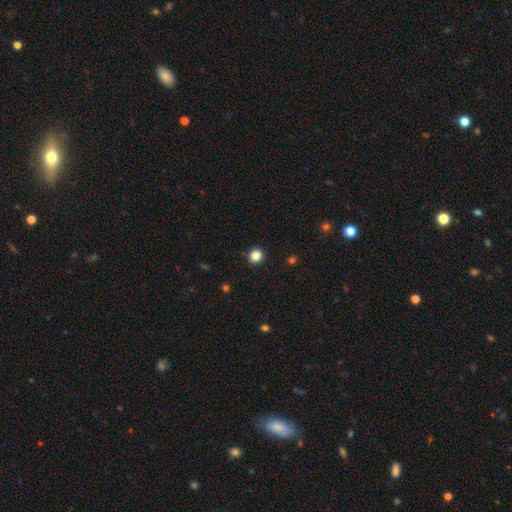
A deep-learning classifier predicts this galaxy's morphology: Overall: smooth (84%). How rounded: round (91%). Merging: none (92%).